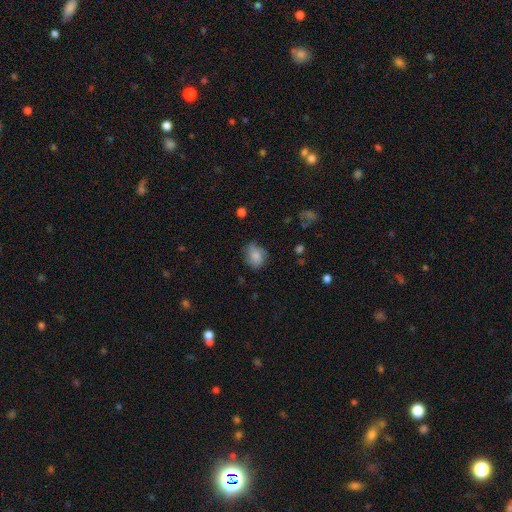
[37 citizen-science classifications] A smooth galaxy with no disk features (70%) that is round (88%).

Vote fractions:
- Smooth or featured? smooth: 70% / featured or disk: 24% / star or artifact: 5%
- How rounded? round: 88% / in between: 12% / cigar-shaped: 0%
- Merging? none: 54% / minor disturbance: 37% / major disturbance: 9% / merger: 0%